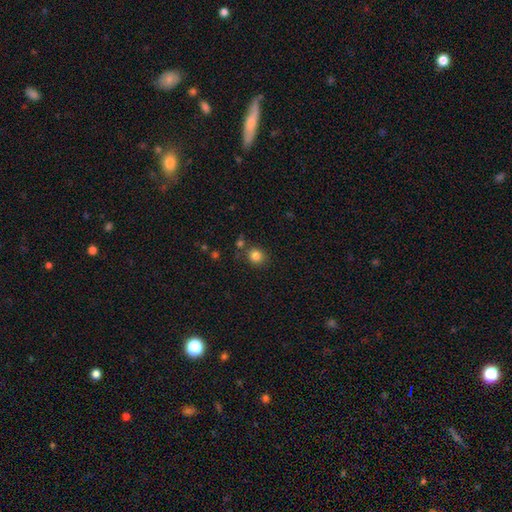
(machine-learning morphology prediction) Overall: smooth (84%). How rounded: round (86%). Merging: none (78%).